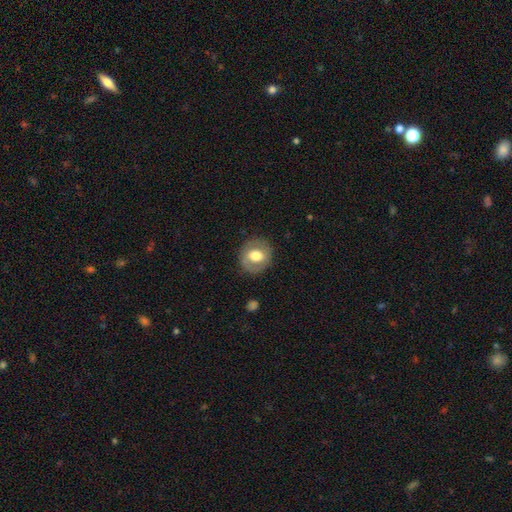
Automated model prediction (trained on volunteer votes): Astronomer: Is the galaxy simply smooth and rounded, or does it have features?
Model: smooth — 55% (runner-up: featured or disk, 38%).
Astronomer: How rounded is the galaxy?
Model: round — 79%.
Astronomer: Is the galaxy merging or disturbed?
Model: none — 84%.